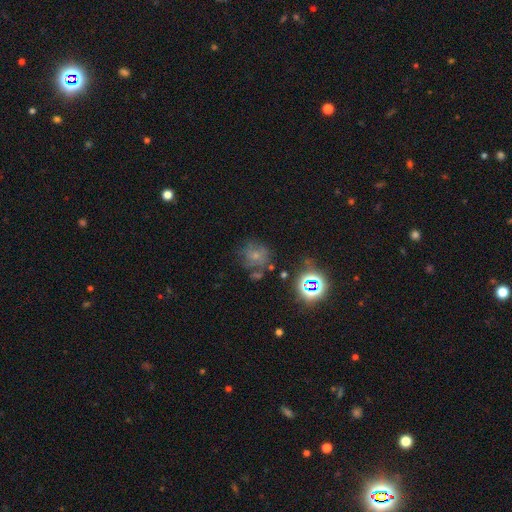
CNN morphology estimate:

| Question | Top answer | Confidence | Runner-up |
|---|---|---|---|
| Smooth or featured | smooth | 51% | featured or disk (25%) |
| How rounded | round | 80% | in between (19%) |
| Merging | none | 53% | minor disturbance (22%) |